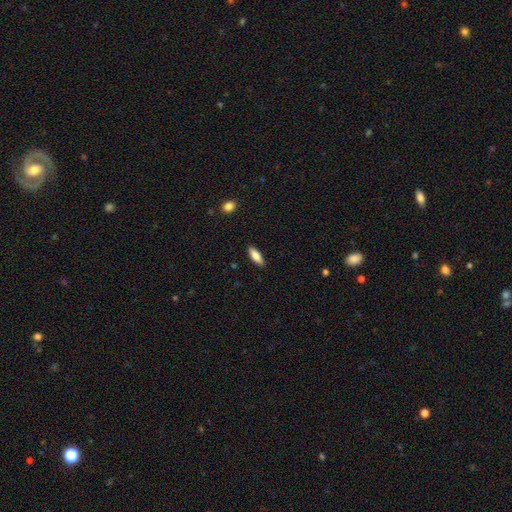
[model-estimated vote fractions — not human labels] Morphology: type=smooth (78%); roundness=in between (60%); merging=none (88%).